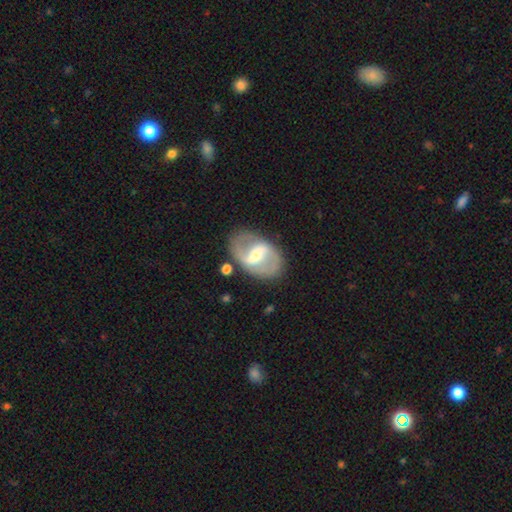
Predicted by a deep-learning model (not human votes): Smooth or featured: featured or disk — 81% (smooth — 14%)
Edge-on disk: no — 96% (yes — 4%)
Bar: strong — 49% (weak — 41%)
Spiral arms: yes — 87% (no — 13%)
Spiral winding: medium — 49% (loose — 33%)
Spiral arm count: 2 — 88% (can't tell — 6%)
Bulge size: moderate — 48% (small — 35%)
Merging: none — 77% (minor disturbance — 14%)